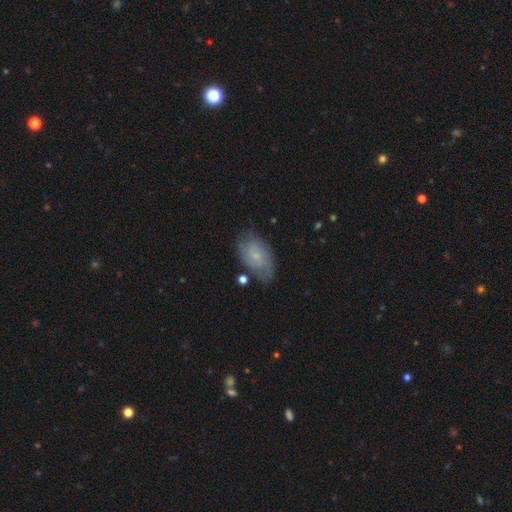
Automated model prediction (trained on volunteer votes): Smooth or featured: featured or disk — 49% (smooth — 44%)
Merging: none — 63% (minor disturbance — 25%)